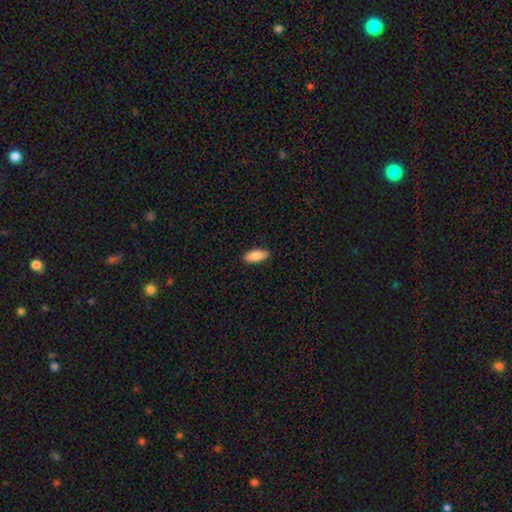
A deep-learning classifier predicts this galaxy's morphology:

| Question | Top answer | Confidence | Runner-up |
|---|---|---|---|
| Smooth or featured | smooth | 88% | star or artifact (6%) |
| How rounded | in between | 82% | cigar-shaped (16%) |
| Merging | none | 89% | minor disturbance (9%) |